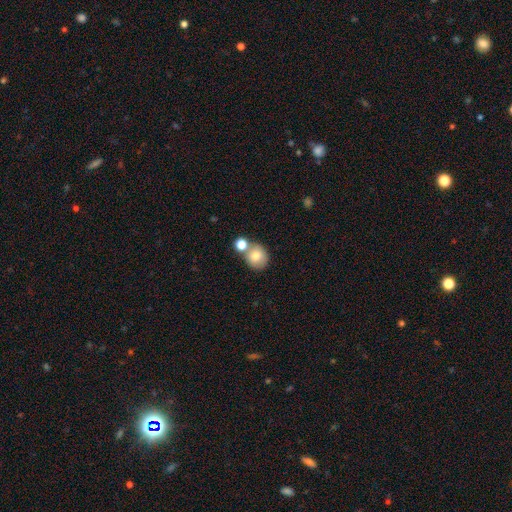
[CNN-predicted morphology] The model was most divided on "merging": none: 56%, merger: 30%, minor disturbance: 10%, major disturbance: 4%. More confident: how rounded — round (78%); smooth or featured — smooth (78%).